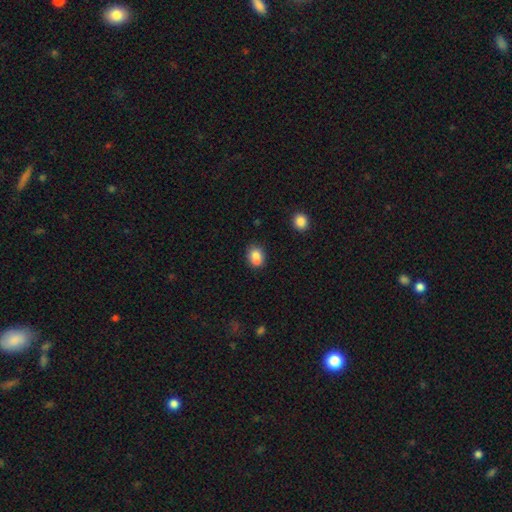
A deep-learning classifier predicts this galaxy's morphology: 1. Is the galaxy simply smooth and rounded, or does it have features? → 78% smooth, 13% featured or disk, 10% star or artifact.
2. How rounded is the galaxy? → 51% in between, 48% round, 1% cigar-shaped.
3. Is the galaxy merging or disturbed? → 46% none, 36% merger, 14% minor disturbance, 4% major disturbance.